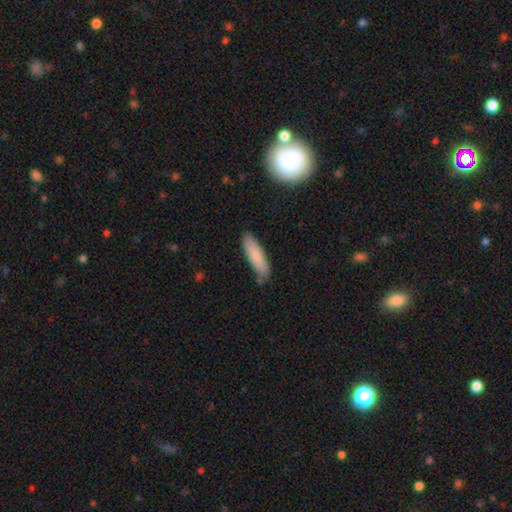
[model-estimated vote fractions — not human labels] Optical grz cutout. It shows a smooth galaxy with no disk features (84%) that is cigar-shaped (61%). Merging: none (81%).